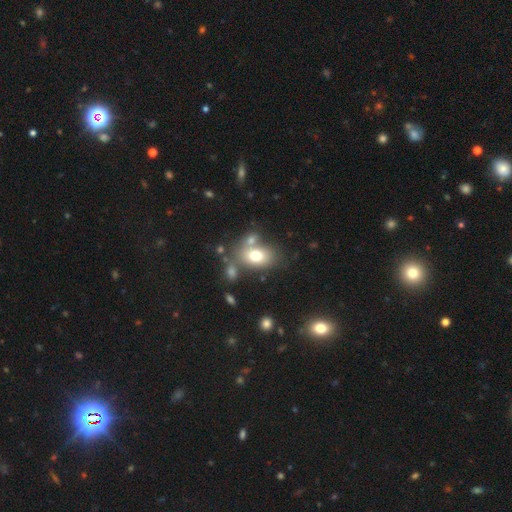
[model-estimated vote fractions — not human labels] Smooth or featured? smooth (73%)
How rounded? in between (77%)
Merging? none (54%)